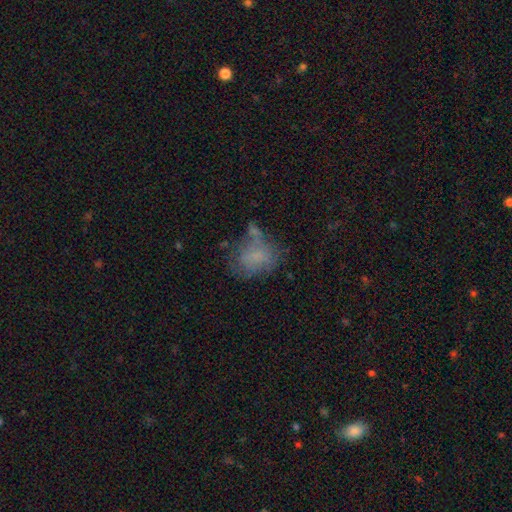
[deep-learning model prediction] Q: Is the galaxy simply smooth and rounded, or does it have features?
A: smooth — 61%.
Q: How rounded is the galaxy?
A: in between — 57%.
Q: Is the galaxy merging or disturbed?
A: none — 40%.